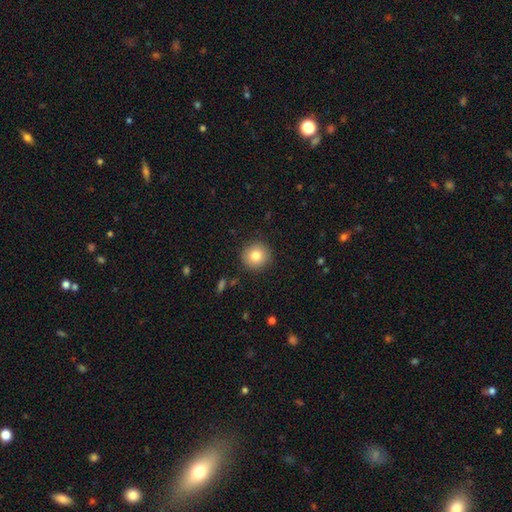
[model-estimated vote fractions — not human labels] A smooth galaxy with no disk features (81%) that is round (93%). Merging: none (91%).